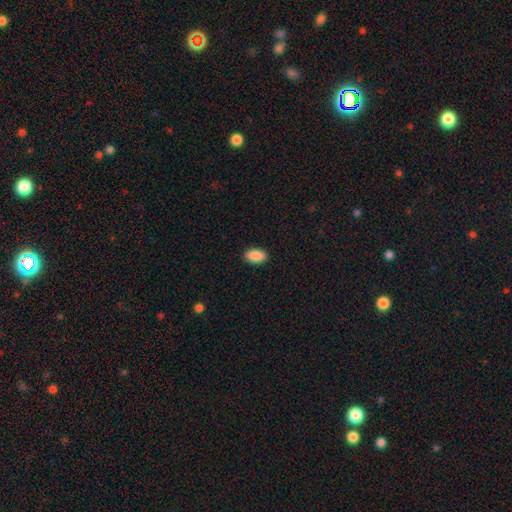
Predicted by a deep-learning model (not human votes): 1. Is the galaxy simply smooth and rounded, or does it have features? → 90% smooth, 7% star or artifact, 3% featured or disk.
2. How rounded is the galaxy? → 93% in between, 5% round, 3% cigar-shaped.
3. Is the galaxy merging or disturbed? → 90% none, 7% minor disturbance, 2% major disturbance, 1% merger.